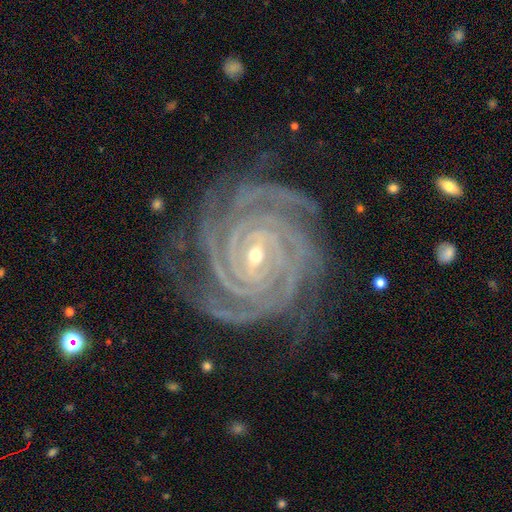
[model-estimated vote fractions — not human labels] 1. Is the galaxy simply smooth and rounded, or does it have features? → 93% featured or disk, 4% star or artifact, 2% smooth.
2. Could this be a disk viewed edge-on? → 98% no, 2% yes.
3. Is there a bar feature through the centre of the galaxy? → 40% weak, 36% strong, 23% no.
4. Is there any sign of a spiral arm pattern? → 99% yes, 1% no.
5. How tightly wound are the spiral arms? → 87% tight, 11% medium, 2% loose.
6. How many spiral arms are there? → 34% 4, 19% 3, 15% more than 4, 13% 2, 12% can't tell, 7% 1.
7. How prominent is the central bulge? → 65% small, 32% moderate, 1% large, 1% none, 1% dominant.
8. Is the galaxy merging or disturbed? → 75% none, 17% minor disturbance, 7% major disturbance, 1% merger.